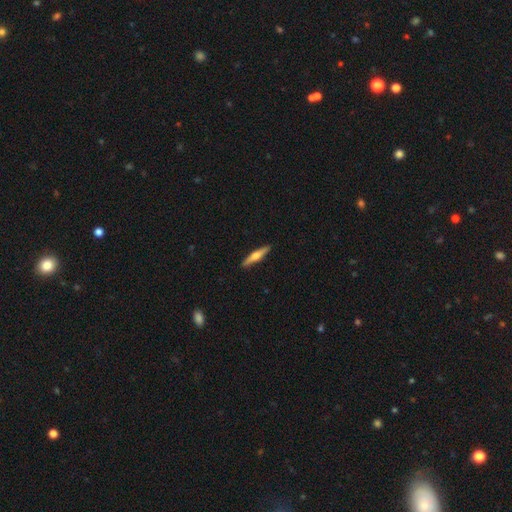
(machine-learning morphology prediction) Smooth or featured?
  - featured or disk: 56% *
  - smooth: 39%
  - star or artifact: 5%
Edge-on disk?
  - yes: 96% *
  - no: 4%
Edge-on bulge?
  - rounded: 90% *
  - boxy: 5%
  - none: 5%
Merging?
  - none: 91% *
  - minor disturbance: 6%
  - major disturbance: 1%
  - merger: 1%